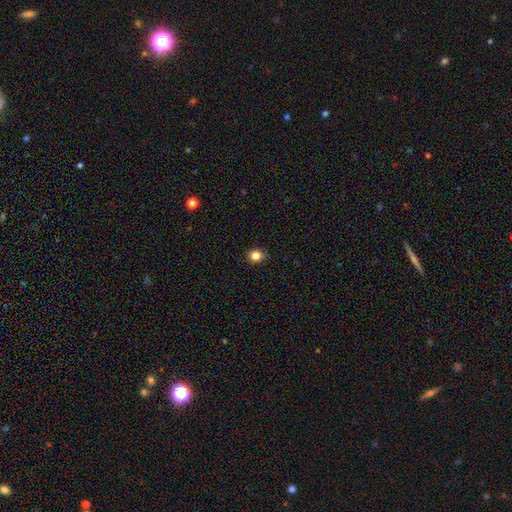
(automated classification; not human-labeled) A smooth galaxy with no disk features (83%) that is round (73%). Merging: none (87%).